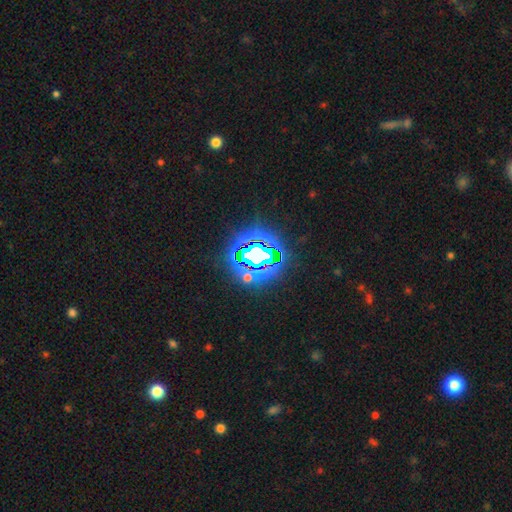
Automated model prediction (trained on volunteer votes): Smooth or featured?
  - star or artifact: 74% *
  - featured or disk: 13%
  - smooth: 12%